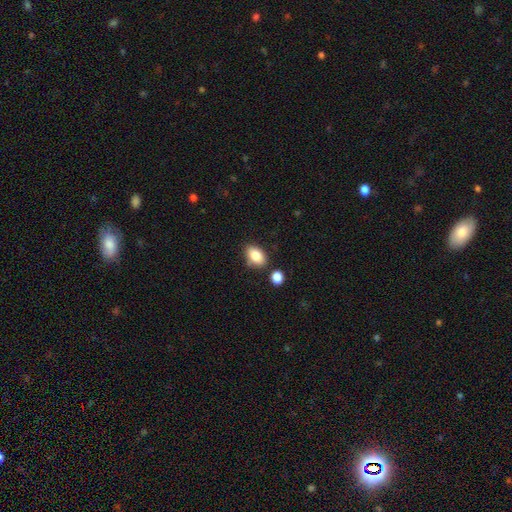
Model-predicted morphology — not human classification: Overall: smooth (85%). How rounded: in between (88%). Merging: none (76%).